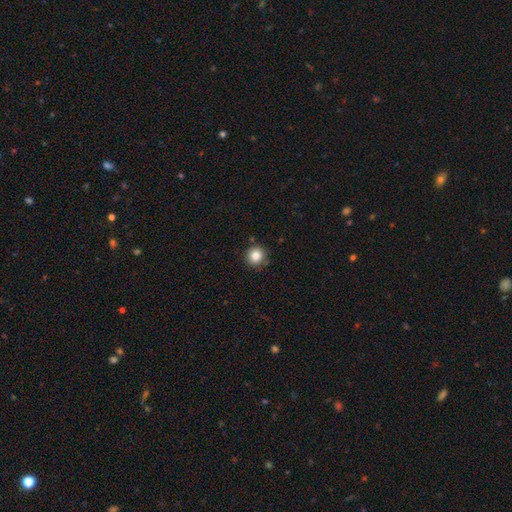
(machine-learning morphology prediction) Smooth or featured: smooth — 84% (star or artifact — 10%)
How rounded: round — 93% (in between — 6%)
Merging: none — 87% (minor disturbance — 9%)